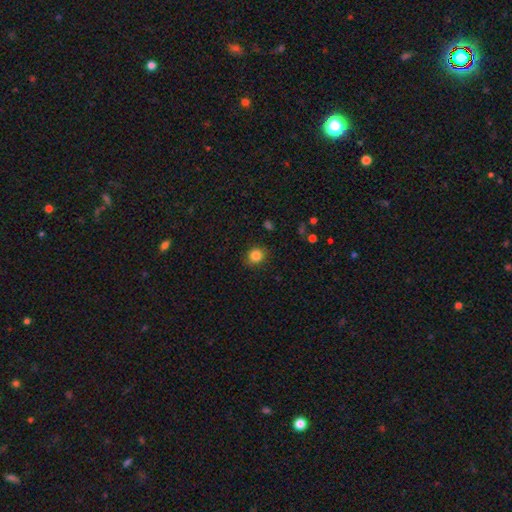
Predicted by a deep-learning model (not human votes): Smooth or featured?
  - smooth: 84% *
  - star or artifact: 11%
  - featured or disk: 5%
How rounded?
  - round: 81% *
  - in between: 18%
  - cigar-shaped: 1%
Merging?
  - none: 86% *
  - minor disturbance: 10%
  - major disturbance: 3%
  - merger: 1%